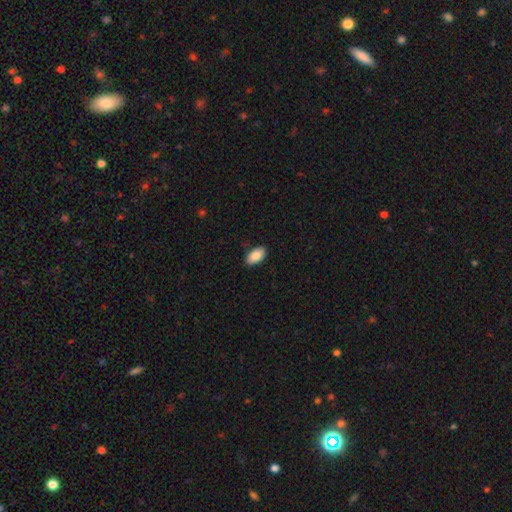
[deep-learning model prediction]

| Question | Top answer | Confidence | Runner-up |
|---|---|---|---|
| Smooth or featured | smooth | 86% | featured or disk (7%) |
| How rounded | in between | 95% | round (3%) |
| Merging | none | 89% | minor disturbance (8%) |